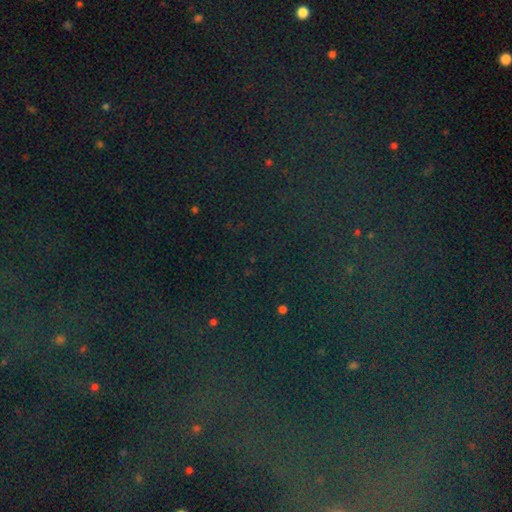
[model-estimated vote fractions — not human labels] smooth_or_featured: star or artifact (p=0.81) [alt: smooth p=0.11]